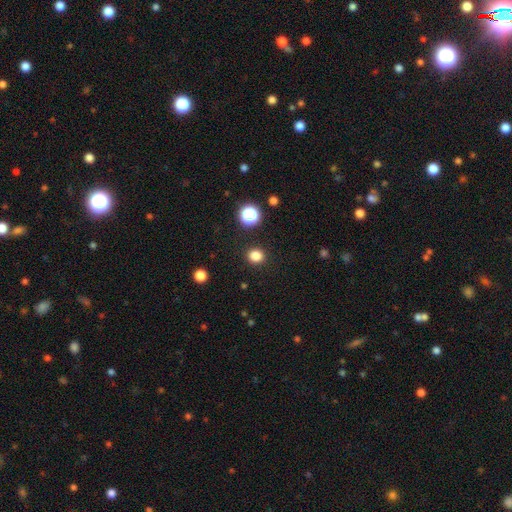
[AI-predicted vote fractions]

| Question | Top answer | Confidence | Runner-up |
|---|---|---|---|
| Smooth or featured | smooth | 83% | star or artifact (13%) |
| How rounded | round | 84% | in between (15%) |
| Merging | none | 91% | minor disturbance (5%) |